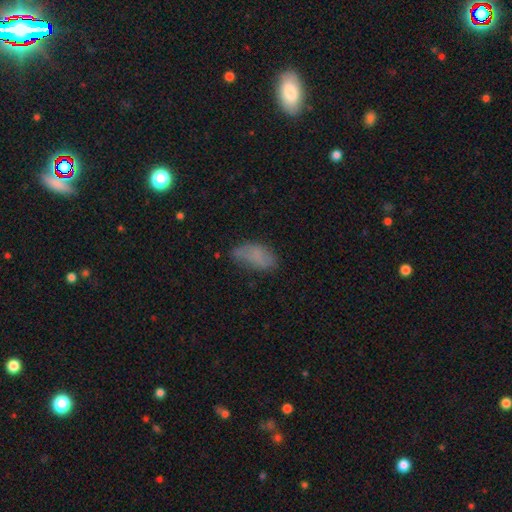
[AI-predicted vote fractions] Overall: smooth (72%). How rounded: in between (91%). Merging: none (56%; minor disturbance 30%).